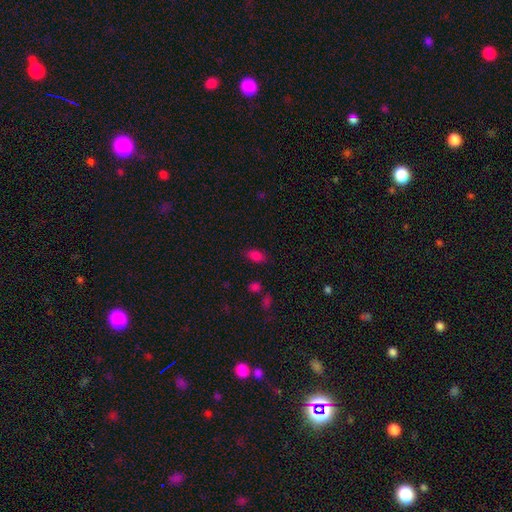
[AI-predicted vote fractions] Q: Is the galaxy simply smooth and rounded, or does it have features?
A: smooth — 81%.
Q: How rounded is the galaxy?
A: in between — 90%.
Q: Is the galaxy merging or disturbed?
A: none — 80%.